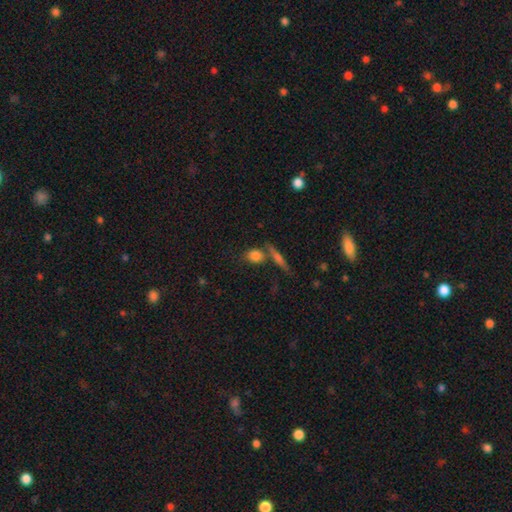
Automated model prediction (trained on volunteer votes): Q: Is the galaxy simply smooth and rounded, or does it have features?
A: smooth — 80%.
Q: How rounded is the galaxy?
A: round — 57%.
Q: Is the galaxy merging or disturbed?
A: none — 62%.